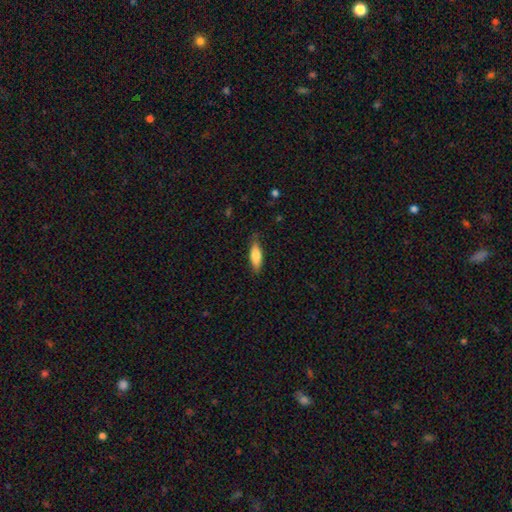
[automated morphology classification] A smooth galaxy with no disk features (75%) that is in between round and cigar-shaped (60%).

Vote fractions:
- Smooth or featured? smooth: 75% / featured or disk: 18% / star or artifact: 6%
- How rounded? in between: 60% / cigar-shaped: 38% / round: 2%
- Merging? none: 81% / minor disturbance: 15% / major disturbance: 3% / merger: 1%